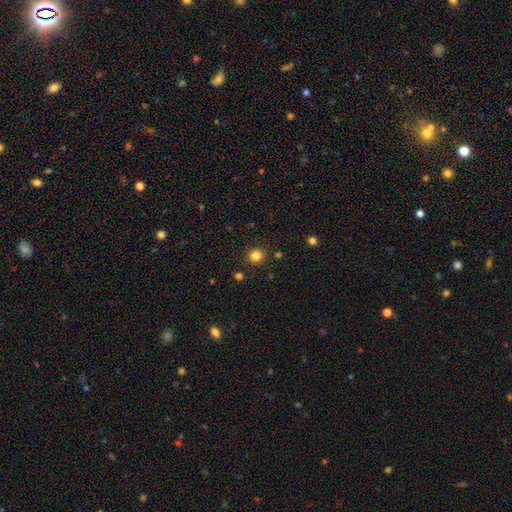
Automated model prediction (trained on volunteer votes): Smooth or featured? smooth (83%)
How rounded? round (90%)
Merging? none (89%)